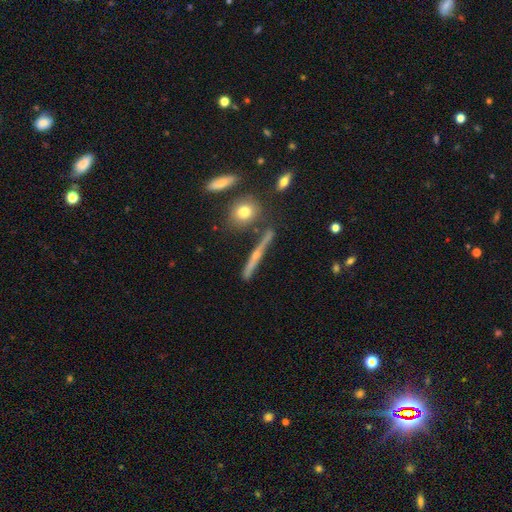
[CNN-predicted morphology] Smooth or featured?
  - featured or disk: 69% *
  - smooth: 21%
  - star or artifact: 10%
Edge-on disk?
  - yes: 95% *
  - no: 5%
Edge-on bulge?
  - rounded: 79% *
  - none: 17%
  - boxy: 4%
Merging?
  - none: 79% *
  - minor disturbance: 13%
  - merger: 5%
  - major disturbance: 4%